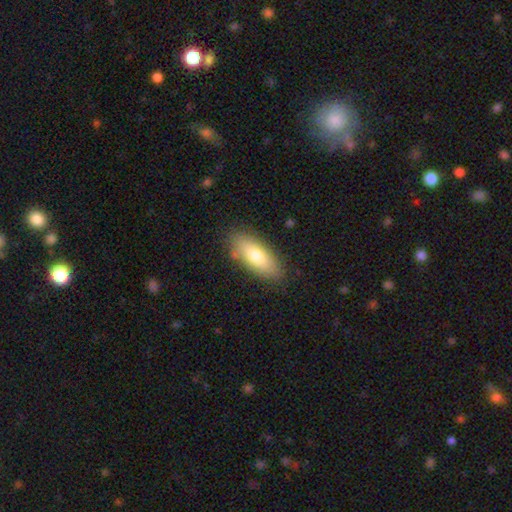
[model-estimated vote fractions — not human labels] This appears to be a smooth galaxy with no disk features (76%) that is in between round and cigar-shaped (77%). Merging: none (84%).